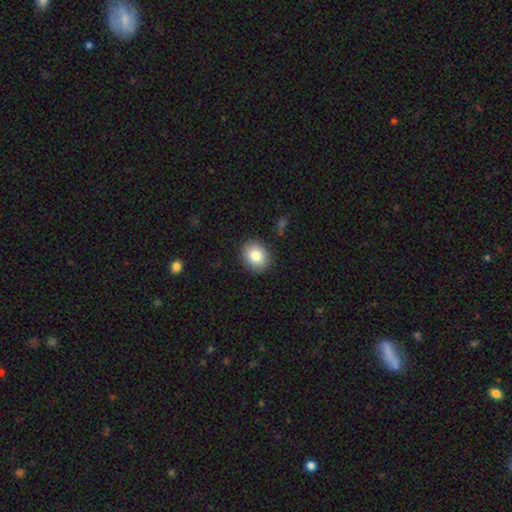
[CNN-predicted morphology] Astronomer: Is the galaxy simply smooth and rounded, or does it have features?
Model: smooth — 83%.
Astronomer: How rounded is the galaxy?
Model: round — 57% (runner-up: in between, 43%).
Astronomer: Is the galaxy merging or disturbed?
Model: none — 89%.